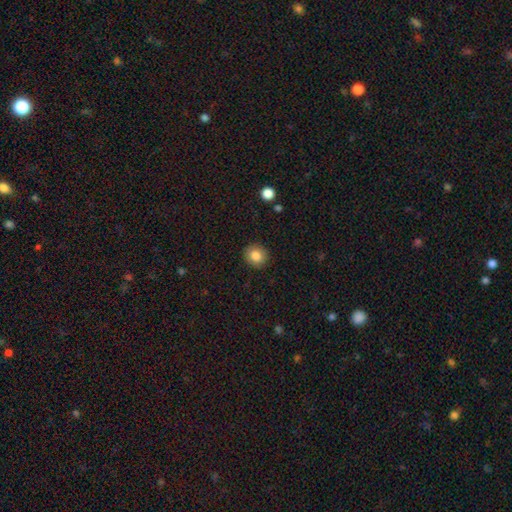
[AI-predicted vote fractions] Smooth or featured?
  - smooth: 84% *
  - star or artifact: 9%
  - featured or disk: 7%
How rounded?
  - round: 86% *
  - in between: 13%
  - cigar-shaped: 1%
Merging?
  - none: 91% *
  - minor disturbance: 7%
  - major disturbance: 2%
  - merger: 1%